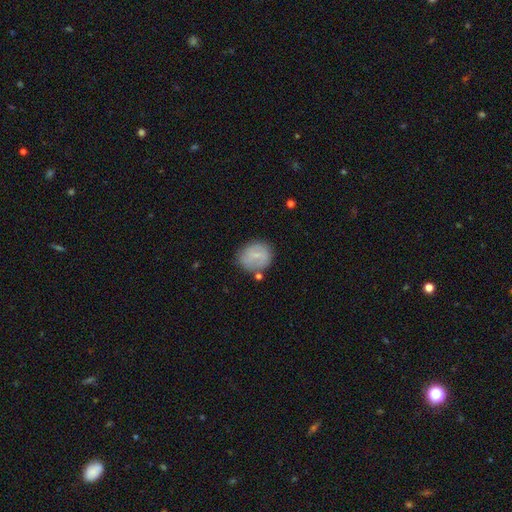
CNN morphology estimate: This appears to be a smooth galaxy with no disk features (60%) that is round (75%). Merging: none (69%).